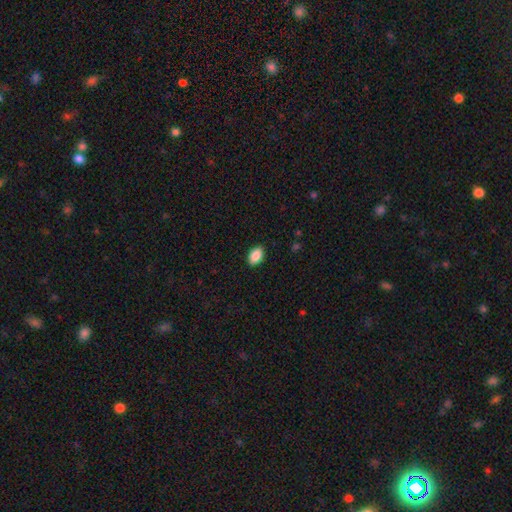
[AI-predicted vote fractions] Smooth or featured? smooth (88%)
How rounded? in between (90%)
Merging? none (89%)